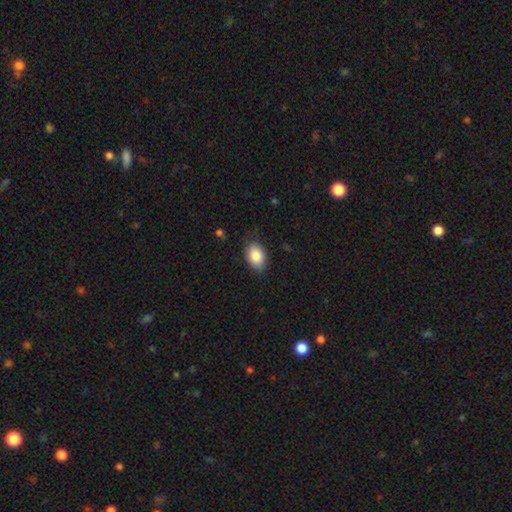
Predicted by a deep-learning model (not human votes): A smooth galaxy with no disk features (87%) that is in between round and cigar-shaped (88%). Merging: none (80%).